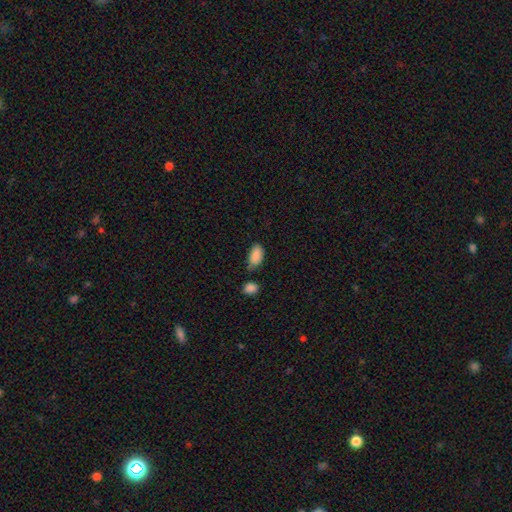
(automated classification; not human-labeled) The model was most divided on "merging": none: 60%, minor disturbance: 24%, merger: 11%, major disturbance: 5%. More confident: how rounded — in between (93%); smooth or featured — smooth (88%).